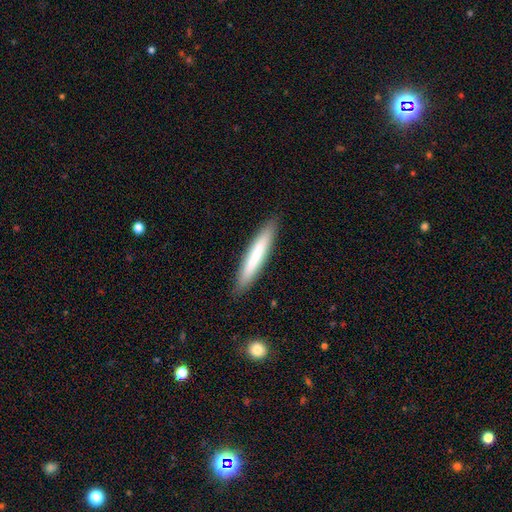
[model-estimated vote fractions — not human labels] Smooth or featured?
  - smooth: 71% *
  - featured or disk: 24%
  - star or artifact: 6%
How rounded?
  - cigar-shaped: 93% *
  - in between: 6%
  - round: 1%
Merging?
  - none: 89% *
  - minor disturbance: 8%
  - major disturbance: 2%
  - merger: 1%